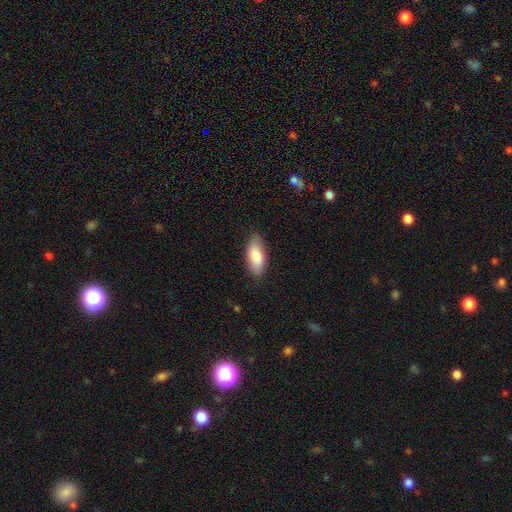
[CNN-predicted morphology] Smooth or featured? Predicted: smooth (p=0.83). How rounded? Predicted: in between (p=0.85). Merging? Predicted: none (p=0.82).